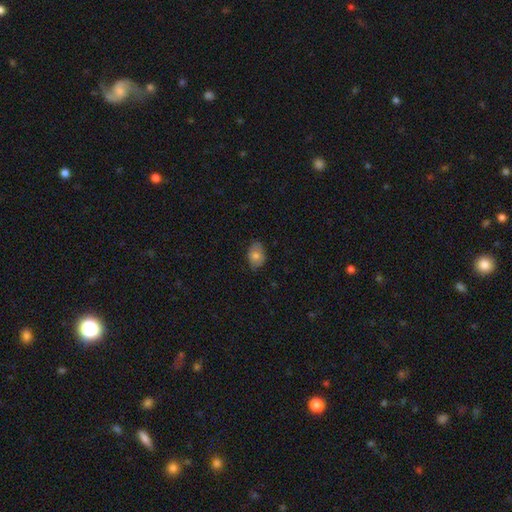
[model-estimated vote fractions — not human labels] The model was most divided on "merging": none: 77%, minor disturbance: 19%, major disturbance: 3%, merger: 1%. More confident: how rounded — in between (81%); smooth or featured — smooth (77%).